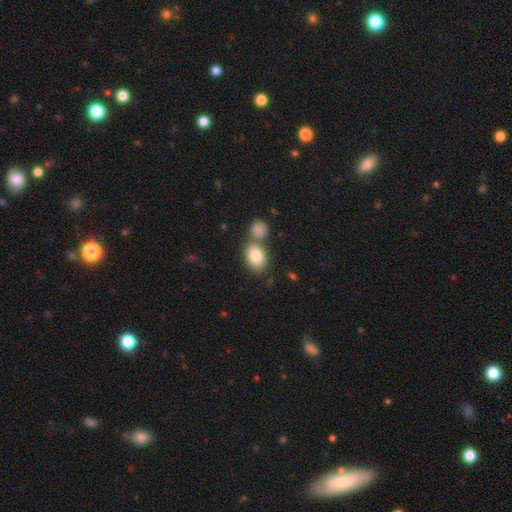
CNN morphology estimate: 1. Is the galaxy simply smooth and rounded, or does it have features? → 82% smooth, 11% featured or disk, 7% star or artifact.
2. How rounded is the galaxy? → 82% in between, 17% round, 1% cigar-shaped.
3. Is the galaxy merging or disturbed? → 55% none, 30% merger, 11% minor disturbance, 4% major disturbance.